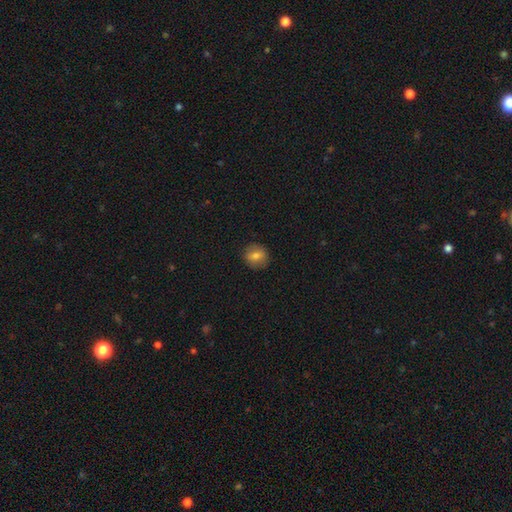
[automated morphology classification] Smooth or featured?
  - smooth: 73% *
  - featured or disk: 17%
  - star or artifact: 10%
How rounded?
  - round: 79% *
  - in between: 20%
  - cigar-shaped: 1%
Merging?
  - none: 89% *
  - minor disturbance: 8%
  - major disturbance: 2%
  - merger: 1%